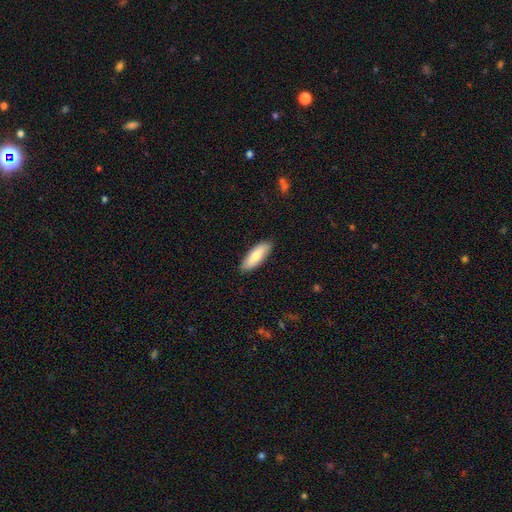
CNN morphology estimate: smooth 75%, featured or disk 20%, star or artifact 5%. Down the decision tree: how rounded — in between (67%); merging — none (87%).